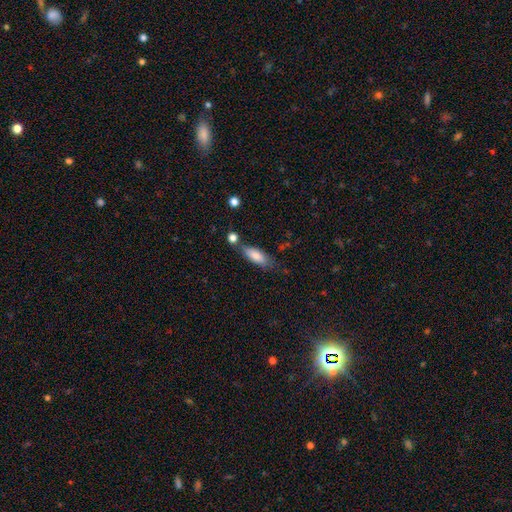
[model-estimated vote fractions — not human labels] Smooth or featured: smooth — 80% (featured or disk — 14%)
How rounded: in between — 62% (cigar-shaped — 35%)
Merging: none — 61% (minor disturbance — 20%)